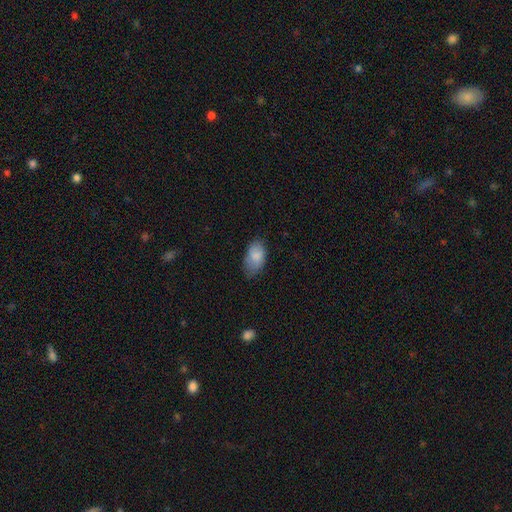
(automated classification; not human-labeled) Smooth or featured?
  - smooth: 84% *
  - featured or disk: 9%
  - star or artifact: 7%
How rounded?
  - in between: 93% *
  - round: 6%
  - cigar-shaped: 2%
Merging?
  - none: 64% *
  - minor disturbance: 28%
  - major disturbance: 7%
  - merger: 1%